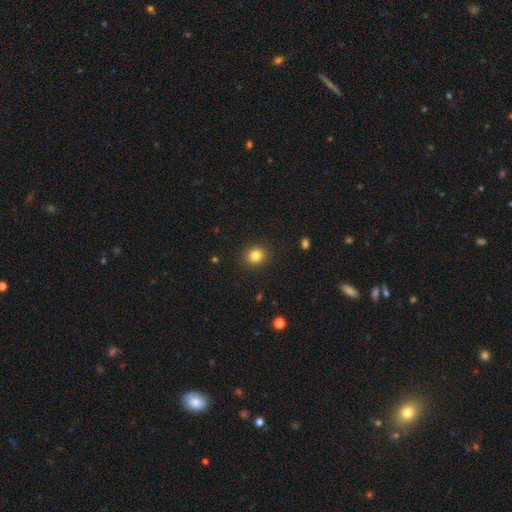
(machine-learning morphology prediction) Overall: smooth (83%). How rounded: round (87%). Merging: none (91%).